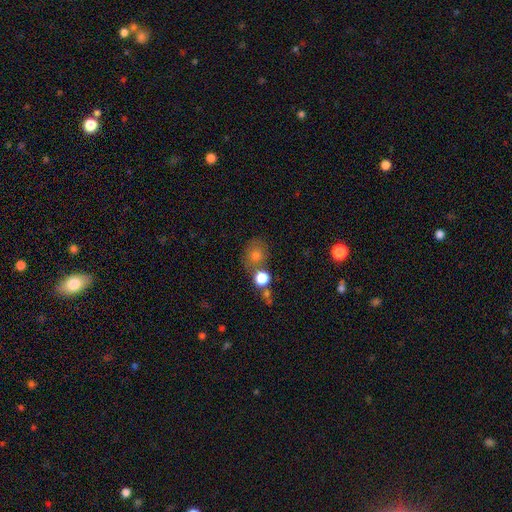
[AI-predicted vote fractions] Smooth or featured?
  - smooth: 71% *
  - star or artifact: 16%
  - featured or disk: 12%
How rounded?
  - round: 66% *
  - in between: 33%
  - cigar-shaped: 1%
Merging?
  - none: 60% *
  - merger: 21%
  - minor disturbance: 13%
  - major disturbance: 6%